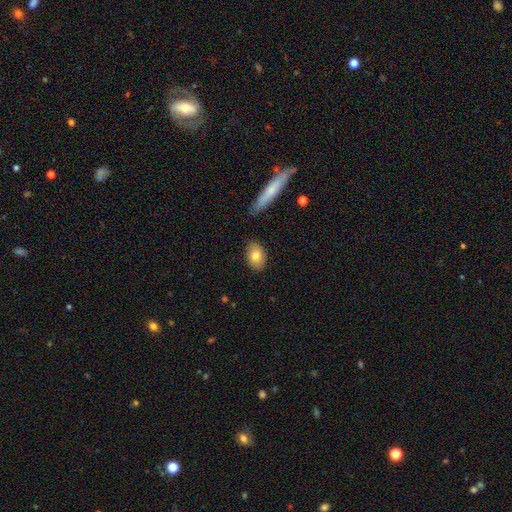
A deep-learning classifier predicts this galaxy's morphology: A smooth galaxy with no disk features (79%) that is in between round and cigar-shaped (85%).

Vote fractions:
- Smooth or featured? smooth: 79% / featured or disk: 14% / star or artifact: 7%
- How rounded? in between: 85% / round: 13% / cigar-shaped: 2%
- Merging? none: 84% / minor disturbance: 11% / major disturbance: 2% / merger: 2%